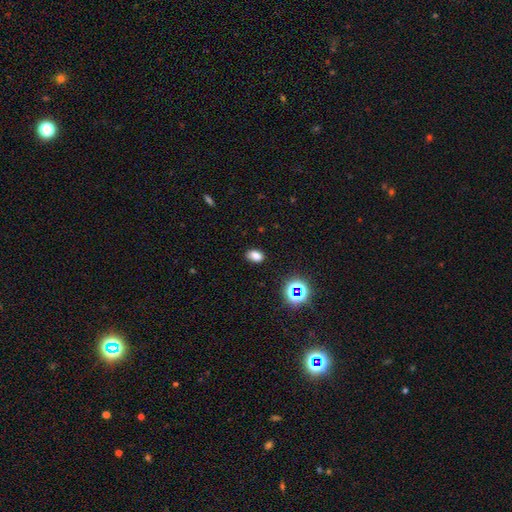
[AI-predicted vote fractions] A smooth galaxy with no disk features (77%) that is in between round and cigar-shaped (79%).

Vote fractions:
- Smooth or featured? smooth: 77% / star or artifact: 17% / featured or disk: 6%
- How rounded? in between: 79% / round: 20% / cigar-shaped: 1%
- Merging? none: 84% / minor disturbance: 11% / major disturbance: 3% / merger: 2%